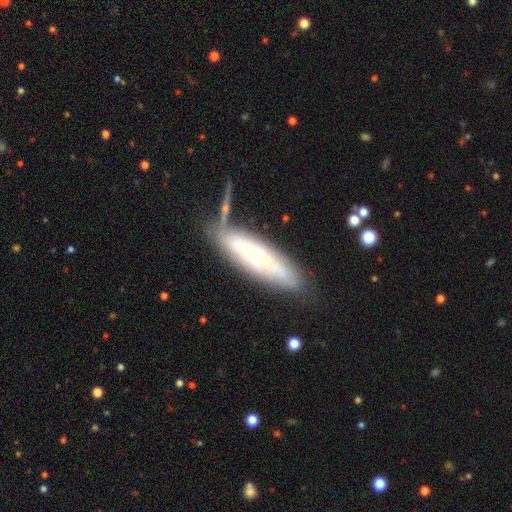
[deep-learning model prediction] This appears to be a smooth galaxy with no disk features (47%). Merging: none (60%).